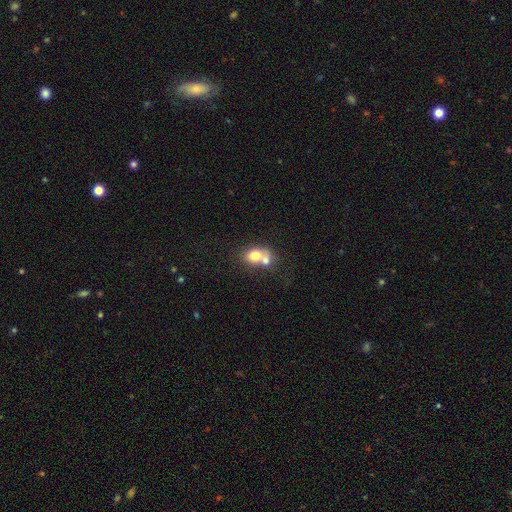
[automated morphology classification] This is likely a smooth galaxy (71%). How rounded: possibly in between (54%). Merging: likely merger (65%).